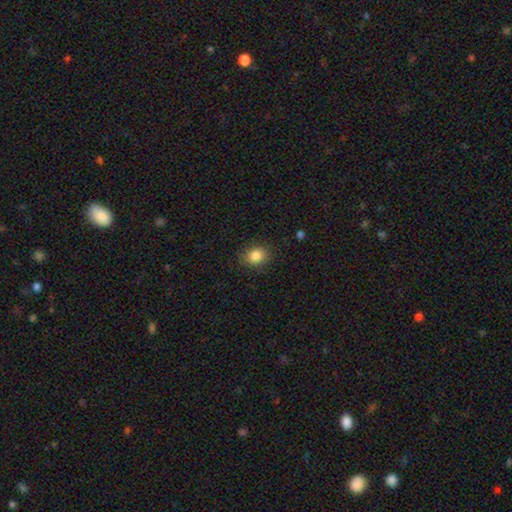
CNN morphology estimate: The model was most divided on "how rounded": round: 61%, in between: 38%, cigar-shaped: 1%. More confident: merging — none (87%); smooth or featured — smooth (85%).